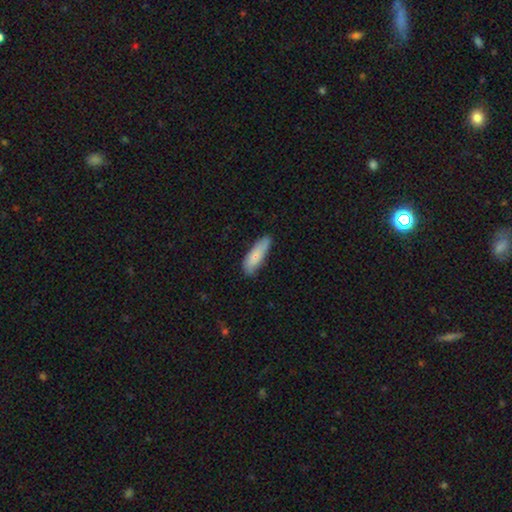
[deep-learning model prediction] Morphology: type=smooth (84%); roundness=cigar-shaped (52%); merging=none (72%).